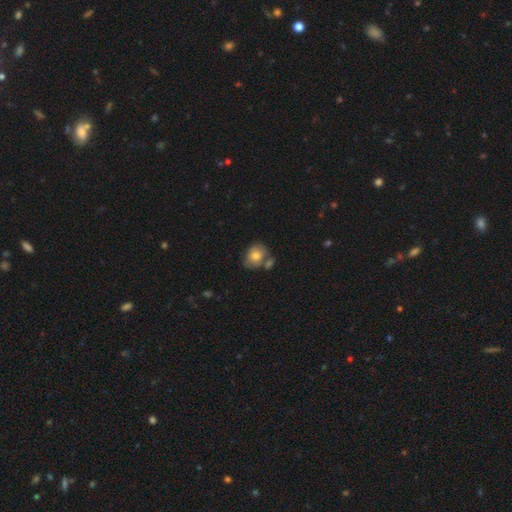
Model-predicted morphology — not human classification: A smooth galaxy with no disk features (74%) that is round (52%). Merging: none (46%).